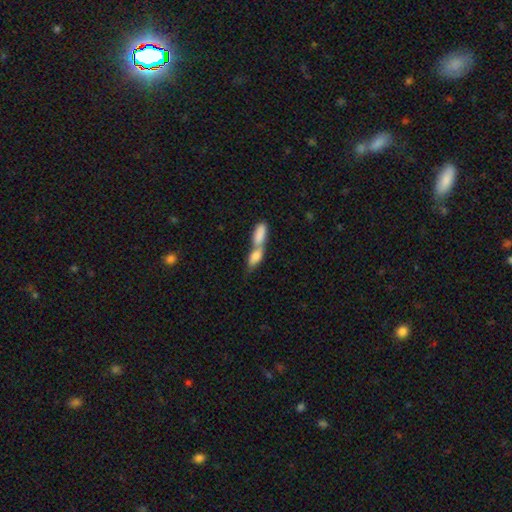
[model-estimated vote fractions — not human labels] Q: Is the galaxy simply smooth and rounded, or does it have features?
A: smooth — 77%.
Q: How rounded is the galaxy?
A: in between — 74%.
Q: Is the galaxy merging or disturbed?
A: merger — 78%.